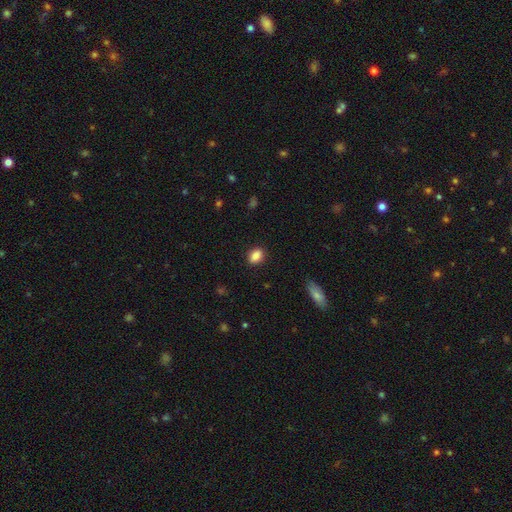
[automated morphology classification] Smooth or featured? Predicted: smooth (p=0.88). How rounded? Predicted: in between (p=0.77). Merging? Predicted: none (p=0.87).